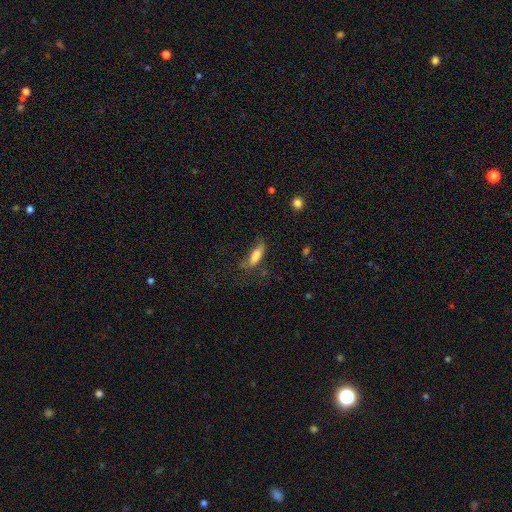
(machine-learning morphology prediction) This appears to be a smooth galaxy with no disk features (76%) that is in between round and cigar-shaped (53%). Merging: none (45%).